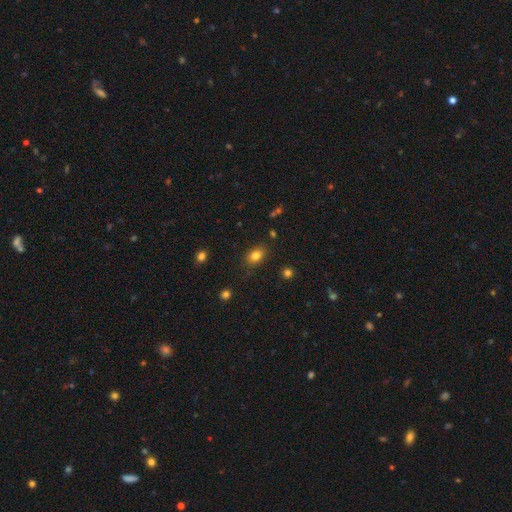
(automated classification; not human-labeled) Smooth or featured? Predicted: smooth (p=0.82). How rounded? Predicted: in between (p=0.76). Merging? Predicted: none (p=0.82).